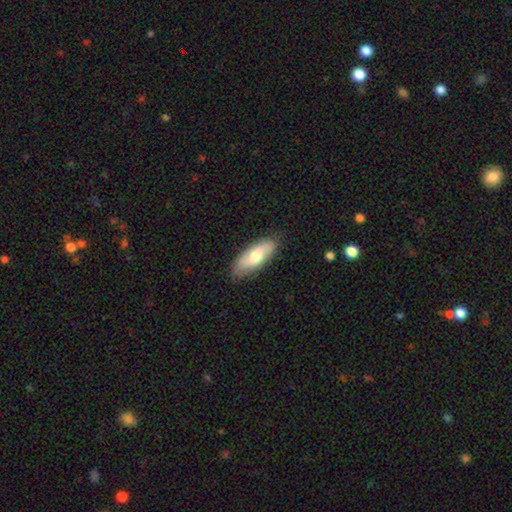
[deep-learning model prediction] A smooth galaxy with no disk features (63%) that is in between round and cigar-shaped (77%). Merging: none (82%).